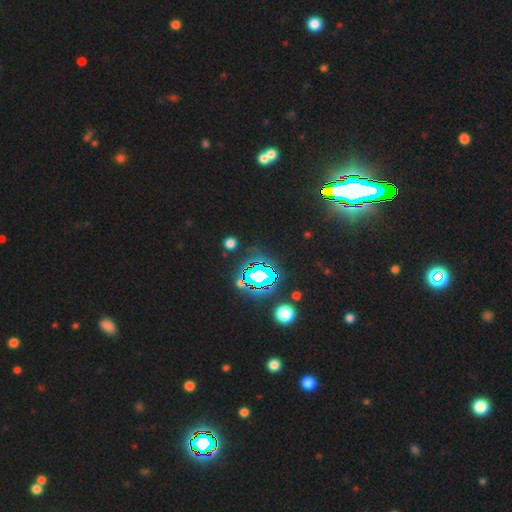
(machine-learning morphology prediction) This is clearly a star or artifact rather than a galaxy (84%).